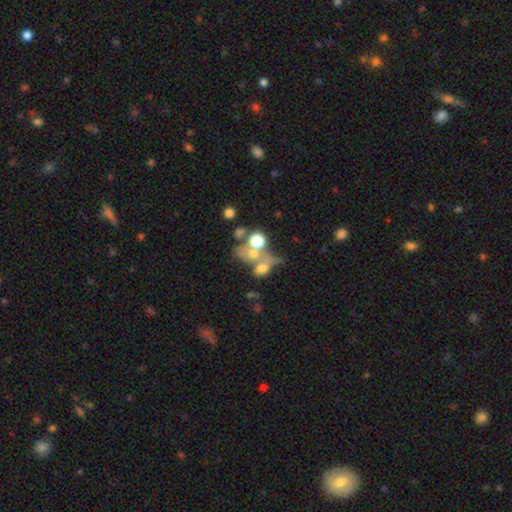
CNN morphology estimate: Smooth or featured?
  - smooth: 37% *
  - featured or disk: 36%
  - star or artifact: 27%
Merging?
  - merger: 47% *
  - none: 29%
  - major disturbance: 14%
  - minor disturbance: 10%